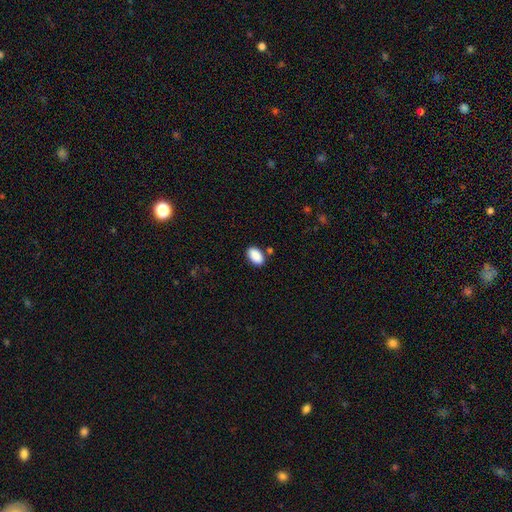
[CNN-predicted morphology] This is clearly a smooth galaxy (90%). How rounded: clearly in between (92%). Merging: clearly none (82%).